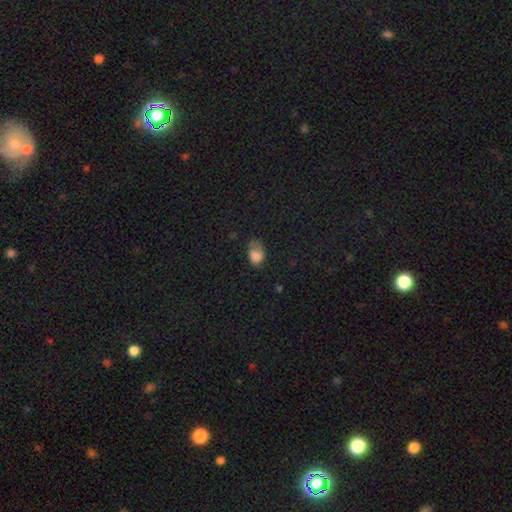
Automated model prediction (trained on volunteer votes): Smooth or featured?
  - smooth: 78% *
  - featured or disk: 12%
  - star or artifact: 11%
How rounded?
  - in between: 80% *
  - round: 19%
  - cigar-shaped: 1%
Merging?
  - minor disturbance: 37% *
  - none: 36%
  - major disturbance: 23%
  - merger: 3%